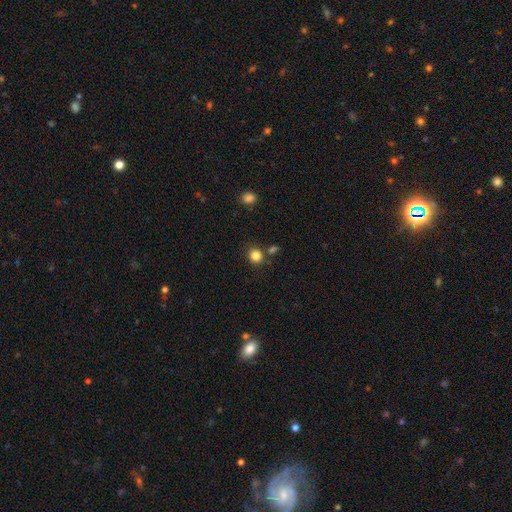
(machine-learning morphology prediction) Smooth or featured: smooth — 83% (star or artifact — 12%)
How rounded: round — 84% (in between — 15%)
Merging: none — 77% (merger — 10%)